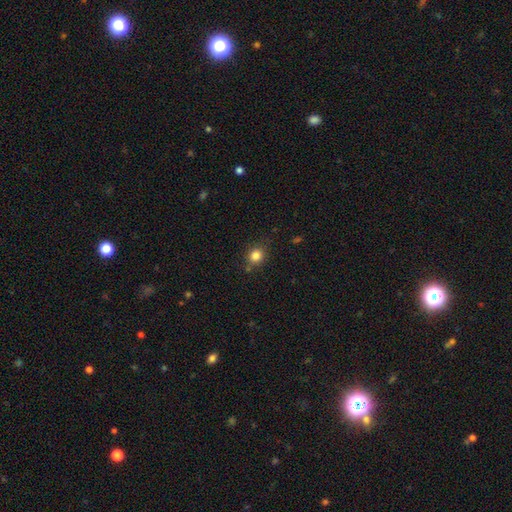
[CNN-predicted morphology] smooth-or-featured: smooth: 83% | star or artifact: 12% | featured or disk: 5%
  how-rounded: round: 80% | in between: 19% | cigar-shaped: 1%
  merging: none: 78% | minor disturbance: 13% | merger: 5% | major disturbance: 4%